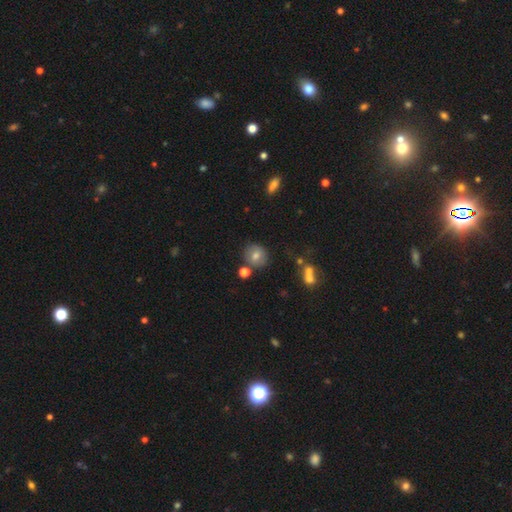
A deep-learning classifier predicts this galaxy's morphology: Smooth or featured? Predicted: smooth (p=0.71). How rounded? Predicted: round (p=0.82). Merging? Predicted: none (p=0.78).